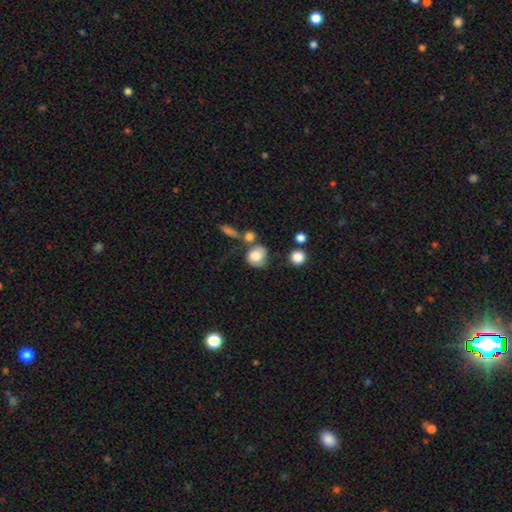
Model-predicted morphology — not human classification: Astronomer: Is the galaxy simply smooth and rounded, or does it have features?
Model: smooth — 72%.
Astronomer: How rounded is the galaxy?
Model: round — 68%.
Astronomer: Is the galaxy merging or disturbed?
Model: none — 44% (runner-up: minor disturbance, 23%).